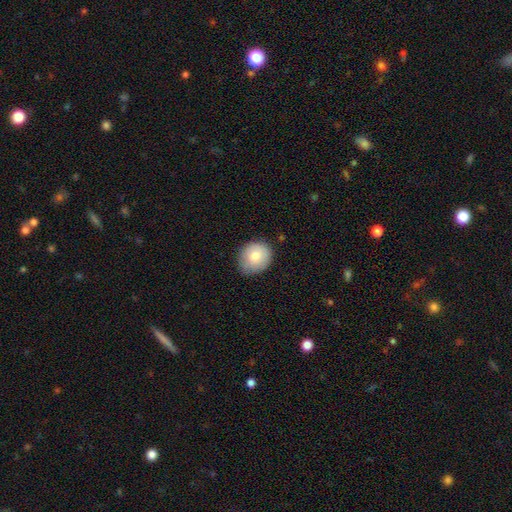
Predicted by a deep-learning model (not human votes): Overall: smooth (81%). How rounded: round (69%; in between 30%). Merging: none (75%).